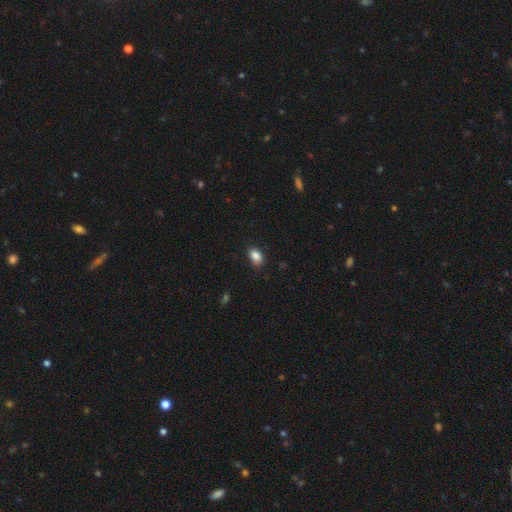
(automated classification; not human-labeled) Smooth or featured: smooth — 87% (star or artifact — 8%)
How rounded: in between — 86% (round — 12%)
Merging: none — 82% (minor disturbance — 14%)